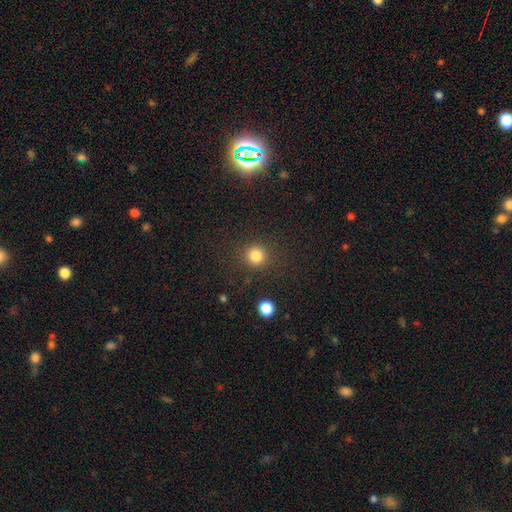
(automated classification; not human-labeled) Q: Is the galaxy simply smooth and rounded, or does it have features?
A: smooth — 83%.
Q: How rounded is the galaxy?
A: round — 91%.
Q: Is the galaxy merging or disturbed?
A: none — 86%.